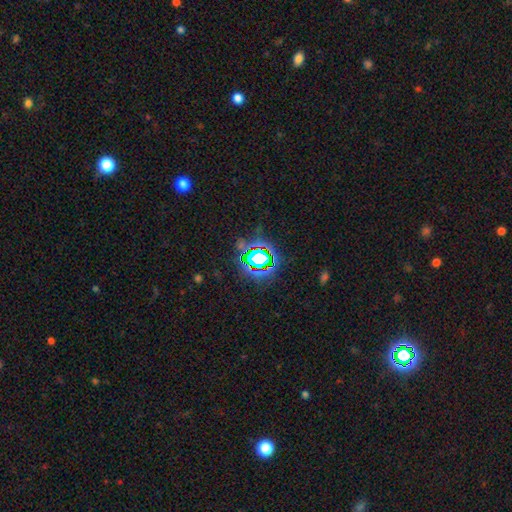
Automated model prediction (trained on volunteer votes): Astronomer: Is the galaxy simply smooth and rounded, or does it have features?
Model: star or artifact — 72%.